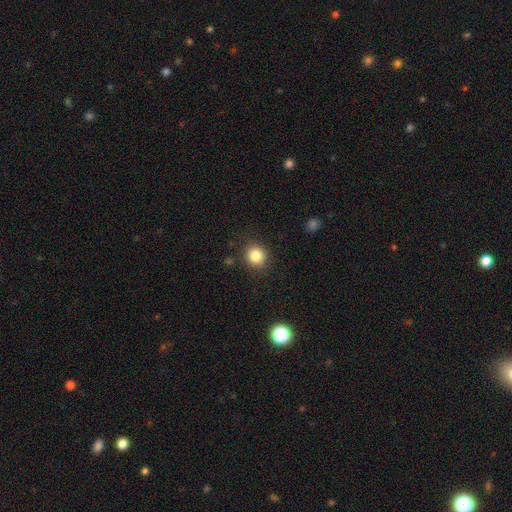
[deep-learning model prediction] Smooth or featured? Predicted: smooth (p=0.84). How rounded? Predicted: round (p=0.87). Merging? Predicted: none (p=0.88).